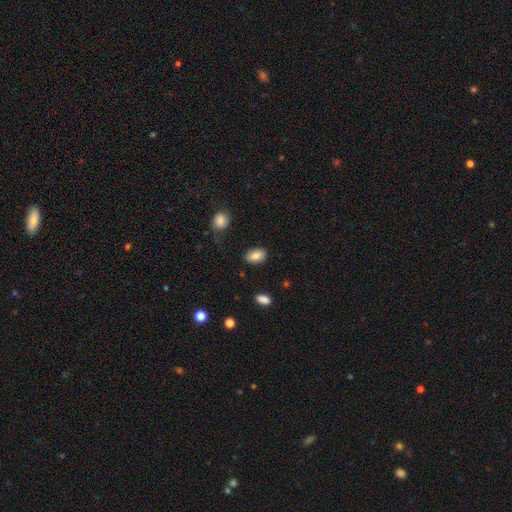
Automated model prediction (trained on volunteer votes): Smooth or featured?
  - smooth: 81% *
  - featured or disk: 12%
  - star or artifact: 8%
How rounded?
  - in between: 87% *
  - round: 11%
  - cigar-shaped: 2%
Merging?
  - none: 84% *
  - minor disturbance: 12%
  - major disturbance: 3%
  - merger: 2%